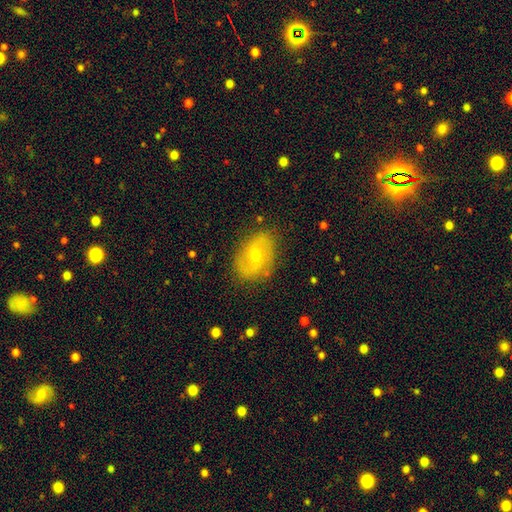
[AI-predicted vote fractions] Smooth or featured? featured or disk (68%)
Edge-on disk? no (96%)
Bar? no (54%)
Spiral arms? yes (86%)
Spiral winding? medium (45%)
Spiral arm count? 2 (86%)
Bulge size? small (57%)
Merging? none (81%)